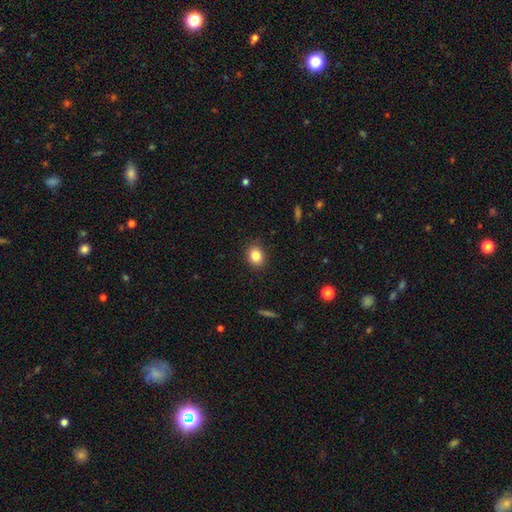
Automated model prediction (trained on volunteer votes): A smooth galaxy with no disk features (84%) that is round (59%).

Vote fractions:
- Smooth or featured? smooth: 84% / star or artifact: 10% / featured or disk: 6%
- How rounded? round: 59% / in between: 40% / cigar-shaped: 1%
- Merging? none: 88% / minor disturbance: 9% / major disturbance: 2% / merger: 1%